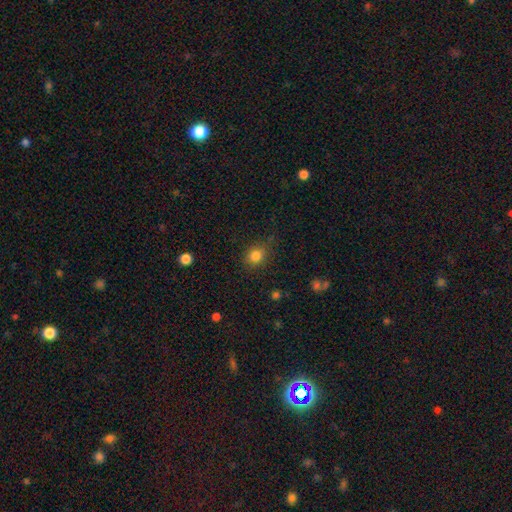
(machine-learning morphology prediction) Smooth or featured: smooth — 83% (star or artifact — 12%)
How rounded: round — 66% (in between — 33%)
Merging: none — 80% (minor disturbance — 14%)